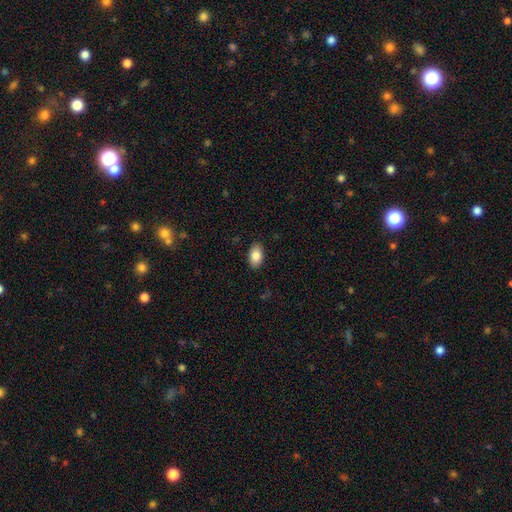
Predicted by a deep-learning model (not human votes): The model was most divided on "smooth or featured": smooth: 86%, star or artifact: 7%, featured or disk: 7%. More confident: how rounded — in between (92%); merging — none (89%).